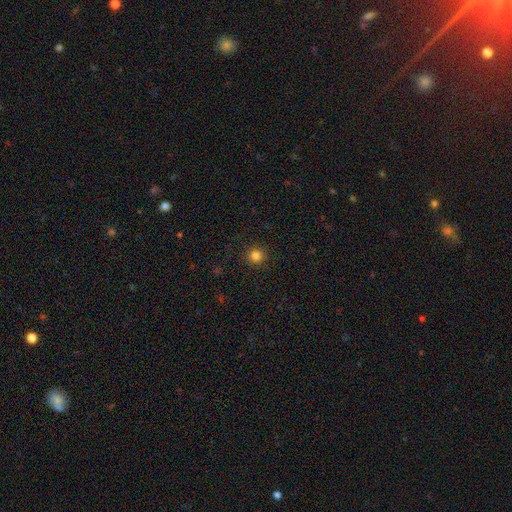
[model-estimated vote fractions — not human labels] Smooth or featured: smooth — 83% (star or artifact — 13%)
How rounded: round — 94% (in between — 5%)
Merging: none — 91% (minor disturbance — 6%)